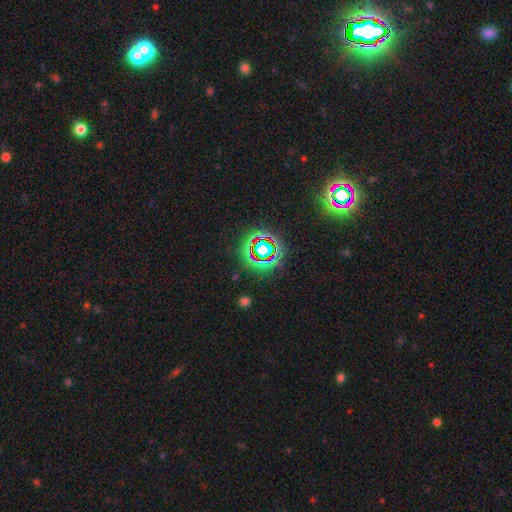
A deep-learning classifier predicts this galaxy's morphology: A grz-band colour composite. It shows a star or artifact, not a galaxy (75%).